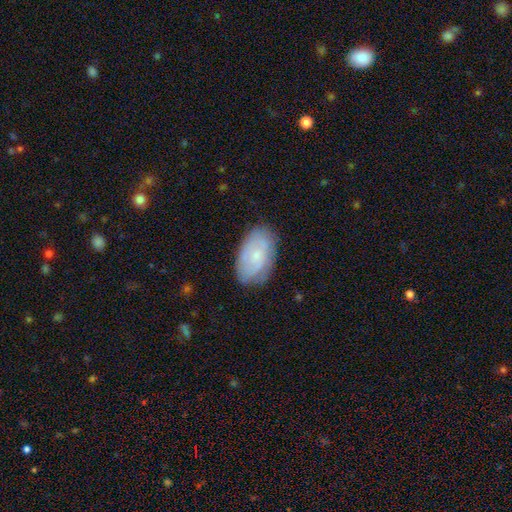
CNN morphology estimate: A featured or disk galaxy (48%).

Vote fractions:
- Smooth or featured? featured or disk: 48% / smooth: 45% / star or artifact: 7%
- Merging? none: 77% / minor disturbance: 18% / major disturbance: 4% / merger: 1%